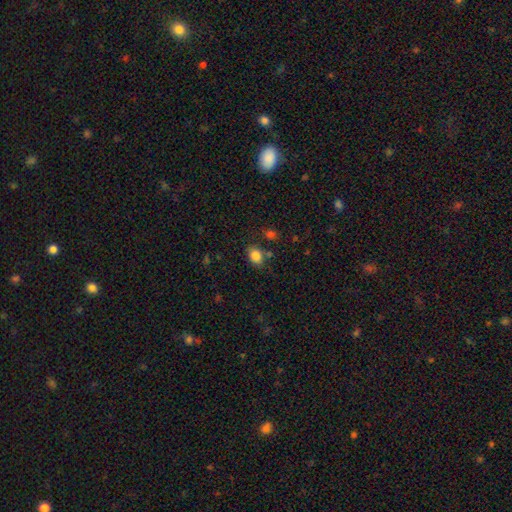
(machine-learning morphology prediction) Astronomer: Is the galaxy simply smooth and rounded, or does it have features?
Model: smooth — 84%.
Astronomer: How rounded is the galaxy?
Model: in between — 72%.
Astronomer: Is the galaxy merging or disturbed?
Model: none — 74%.